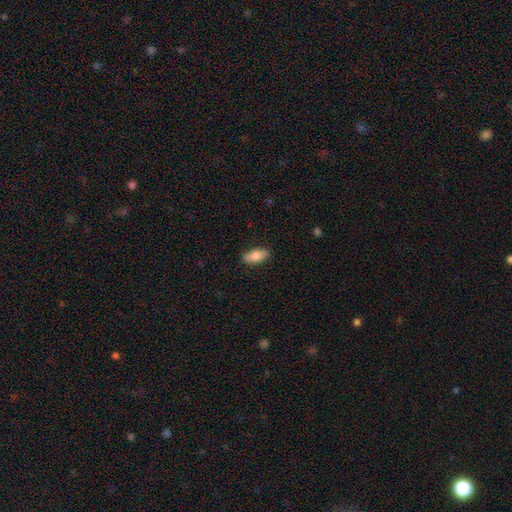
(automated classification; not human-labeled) A smooth galaxy with no disk features (77%) that is in between round and cigar-shaped (84%).

Vote fractions:
- Smooth or featured? smooth: 77% / featured or disk: 16% / star or artifact: 6%
- How rounded? in between: 84% / cigar-shaped: 13% / round: 3%
- Merging? none: 87% / minor disturbance: 10% / major disturbance: 2% / merger: 1%